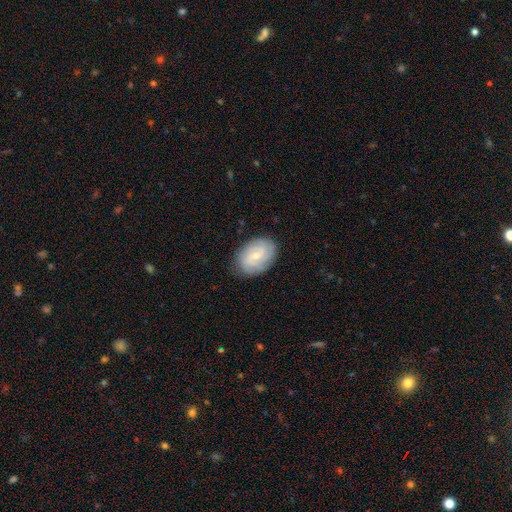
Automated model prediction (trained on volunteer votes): featured or disk 56%, smooth 37%, star or artifact 7%. Down the decision tree: edge-on disk — no (96%); bar — no (47%); spiral arms — yes (85%); bulge size — small (70%); merging — none (84%).